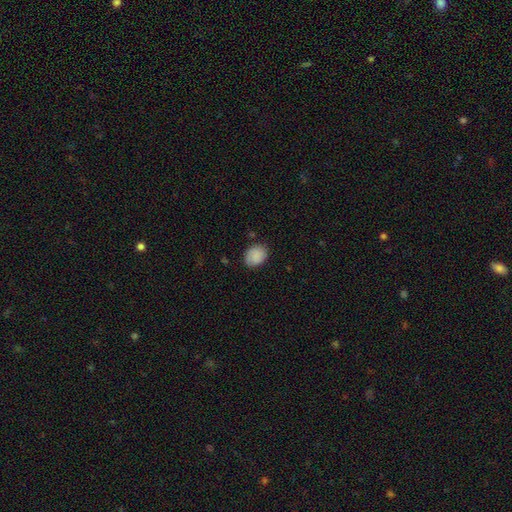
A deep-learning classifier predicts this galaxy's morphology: A smooth galaxy with no disk features (84%) that is in between round and cigar-shaped (56%). Merging: none (79%).